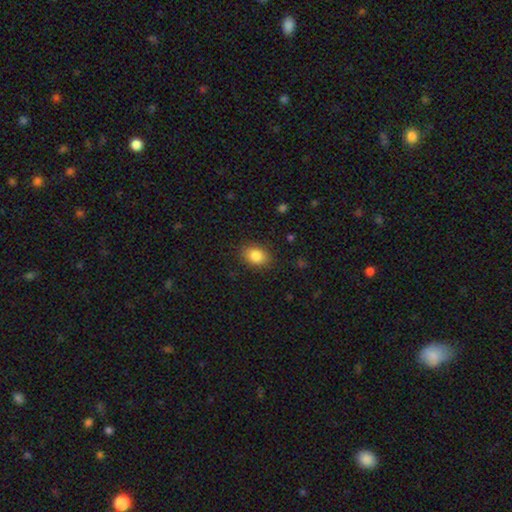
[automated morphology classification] The model was most divided on "how rounded": in between: 67%, round: 32%, cigar-shaped: 1%. More confident: smooth or featured — smooth (85%); merging — none (85%).